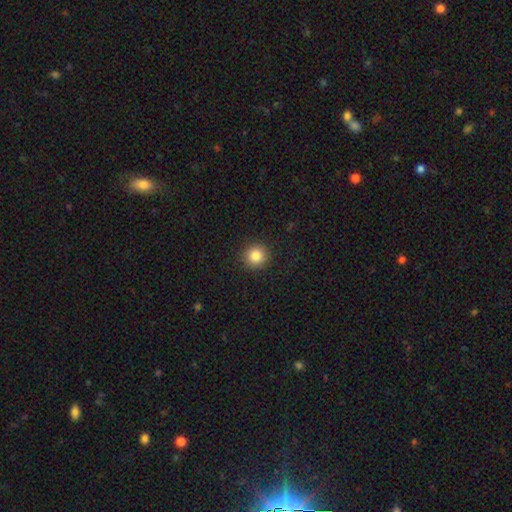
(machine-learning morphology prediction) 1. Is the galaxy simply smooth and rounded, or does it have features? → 84% smooth, 11% star or artifact, 5% featured or disk.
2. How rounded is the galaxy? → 94% round, 5% in between, 1% cigar-shaped.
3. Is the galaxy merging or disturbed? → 92% none, 5% minor disturbance, 2% major disturbance, 1% merger.